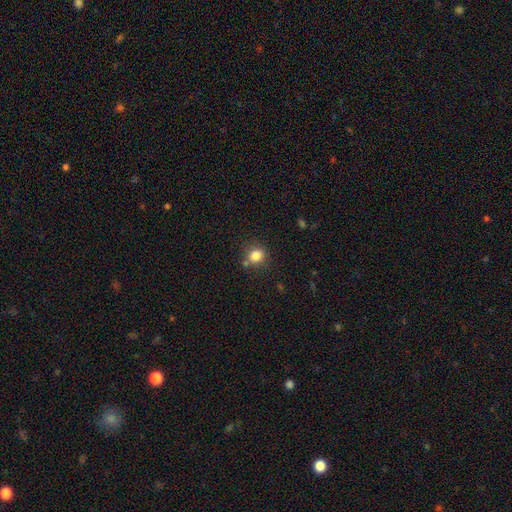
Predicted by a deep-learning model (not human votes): smooth_or_featured: smooth (p=0.82) [alt: star or artifact p=0.12]
how_rounded: round (p=0.85) [alt: in between p=0.14]
merging: none (p=0.77) [alt: minor disturbance p=0.12]